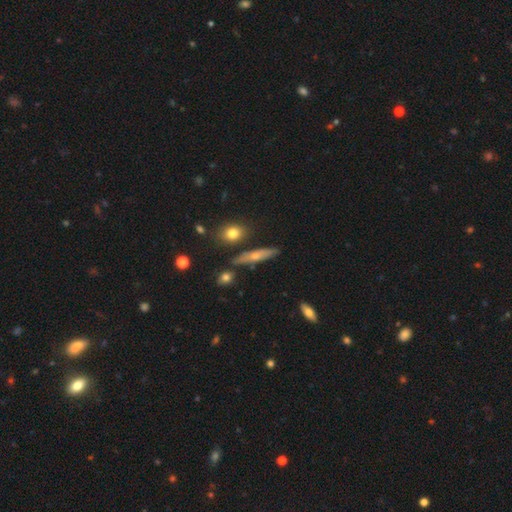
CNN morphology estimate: smooth_or_featured: smooth (p=0.50) [alt: featured or disk p=0.41]
merging: none (p=0.79) [alt: minor disturbance p=0.13]